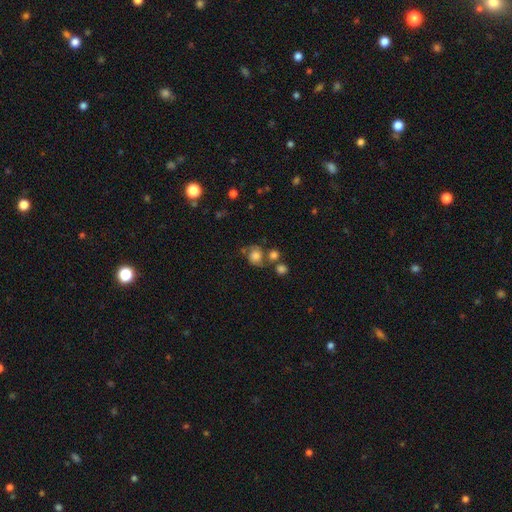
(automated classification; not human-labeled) Smooth or featured?
  - smooth: 61% *
  - featured or disk: 27%
  - star or artifact: 12%
How rounded?
  - round: 76% *
  - in between: 23%
  - cigar-shaped: 1%
Merging?
  - none: 50% *
  - merger: 20%
  - minor disturbance: 18%
  - major disturbance: 12%